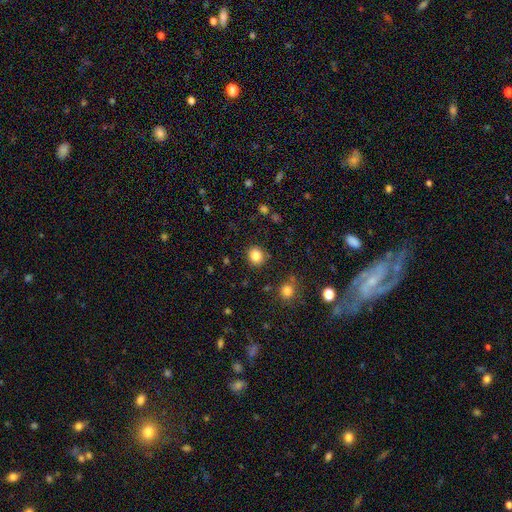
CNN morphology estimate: This appears to be a smooth galaxy with no disk features (84%) that is round (86%). Merging: none (86%).